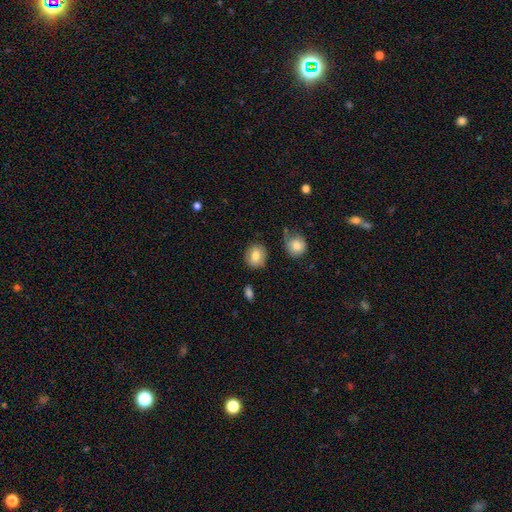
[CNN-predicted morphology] Smooth or featured? Predicted: smooth (p=0.78). How rounded? Predicted: round (p=0.70). Merging? Predicted: none (p=0.80).